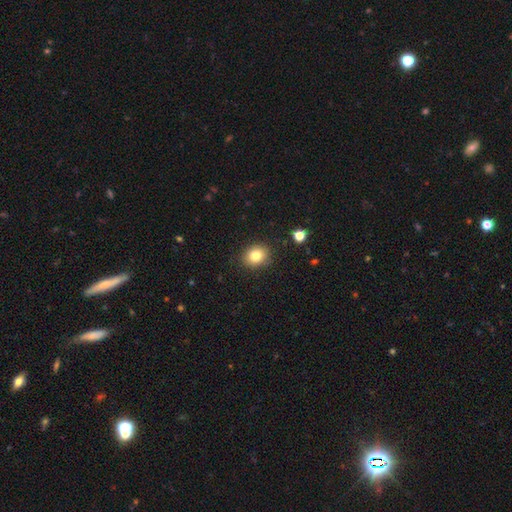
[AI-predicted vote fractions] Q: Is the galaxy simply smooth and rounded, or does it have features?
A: smooth — 81%.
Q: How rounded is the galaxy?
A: round — 62%.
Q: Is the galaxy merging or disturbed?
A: none — 88%.